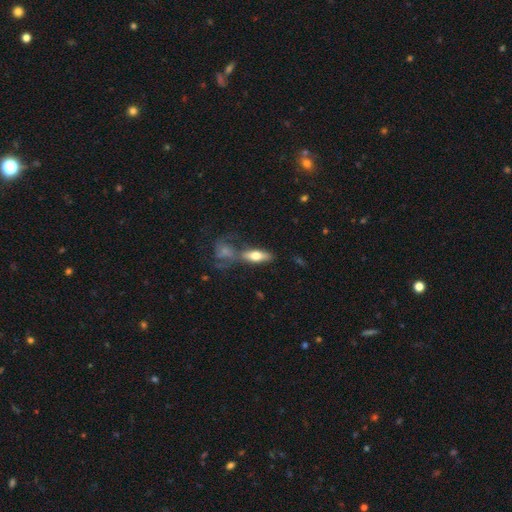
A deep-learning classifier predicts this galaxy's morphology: Smooth or featured: smooth — 60% (featured or disk — 33%)
How rounded: in between — 67% (cigar-shaped — 30%)
Merging: none — 52% (merger — 25%)